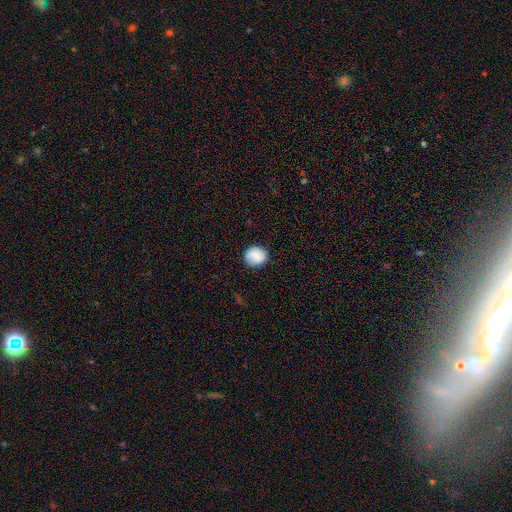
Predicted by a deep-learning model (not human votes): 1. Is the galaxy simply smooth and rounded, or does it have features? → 84% smooth, 8% featured or disk, 8% star or artifact.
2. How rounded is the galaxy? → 84% round, 15% in between, 1% cigar-shaped.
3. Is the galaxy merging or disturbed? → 87% none, 10% minor disturbance, 2% major disturbance, 1% merger.